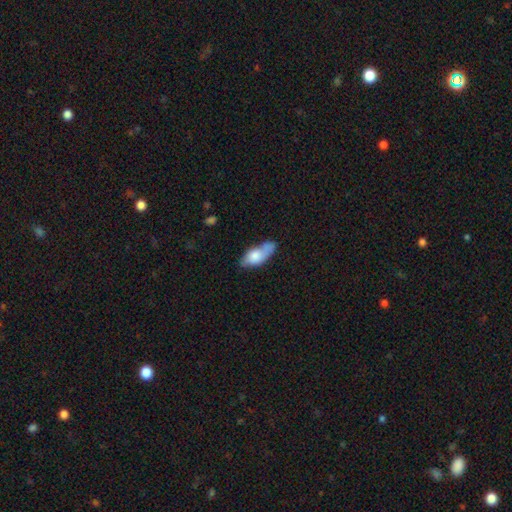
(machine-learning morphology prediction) Smooth or featured?
  - smooth: 71% *
  - featured or disk: 22%
  - star or artifact: 6%
How rounded?
  - in between: 82% *
  - cigar-shaped: 14%
  - round: 4%
Merging?
  - none: 40% *
  - minor disturbance: 28%
  - merger: 20%
  - major disturbance: 12%